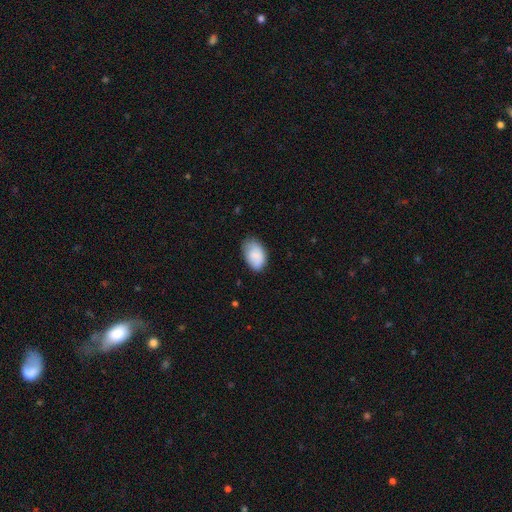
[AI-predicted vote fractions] This appears to be a smooth galaxy with no disk features (85%) that is in between round and cigar-shaped (90%). Merging: none (67%).